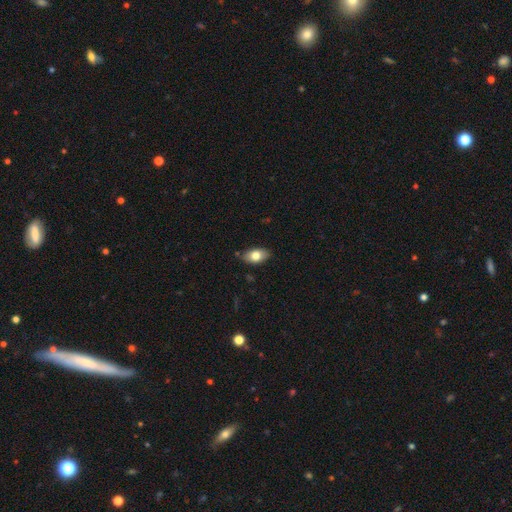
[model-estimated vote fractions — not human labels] Smooth or featured? smooth (78%)
How rounded? in between (91%)
Merging? none (81%)